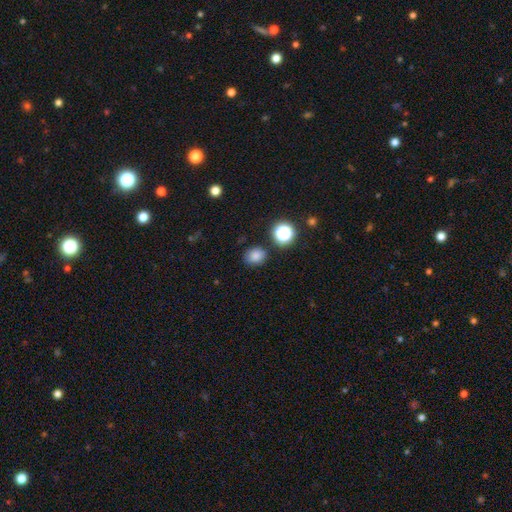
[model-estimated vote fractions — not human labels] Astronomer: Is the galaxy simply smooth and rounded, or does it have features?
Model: smooth — 80%.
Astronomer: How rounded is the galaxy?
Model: round — 62% (runner-up: in between, 37%).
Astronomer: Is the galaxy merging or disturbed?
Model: none — 81%.